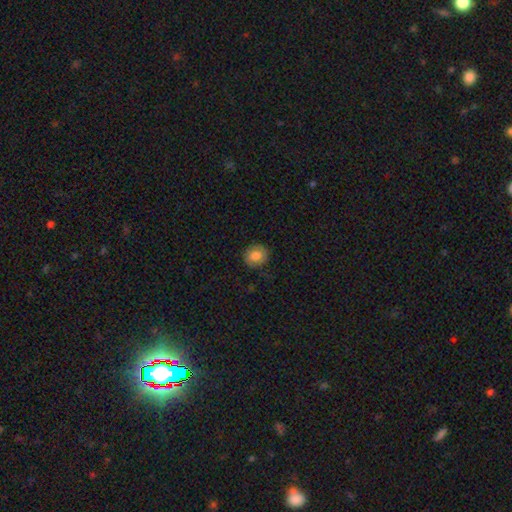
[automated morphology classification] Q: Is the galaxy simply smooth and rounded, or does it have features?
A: smooth — 80%.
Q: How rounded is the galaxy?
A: round — 70%.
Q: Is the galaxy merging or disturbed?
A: none — 84%.